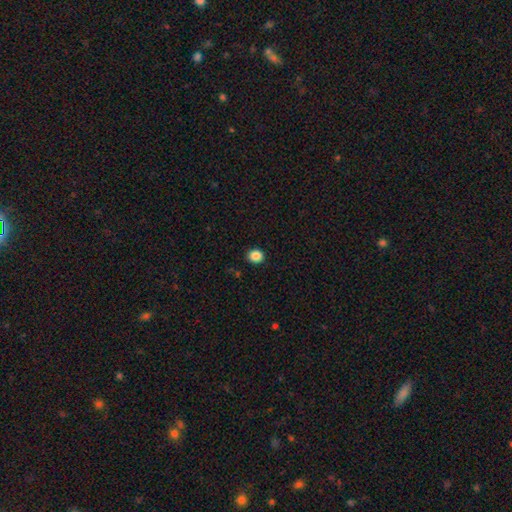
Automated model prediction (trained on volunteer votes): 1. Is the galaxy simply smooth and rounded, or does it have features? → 87% smooth, 10% star or artifact, 3% featured or disk.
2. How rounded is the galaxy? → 78% round, 21% in between, 1% cigar-shaped.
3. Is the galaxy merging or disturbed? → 91% none, 6% minor disturbance, 2% major disturbance, 1% merger.